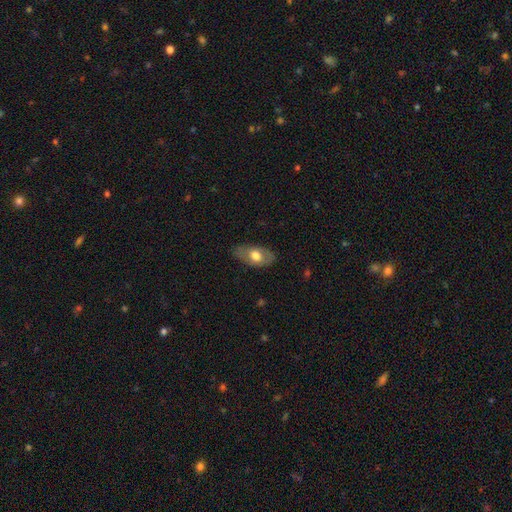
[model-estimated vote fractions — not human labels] This is possibly a smooth galaxy (59%). How rounded: clearly in between (90%). Merging: likely none (73%).